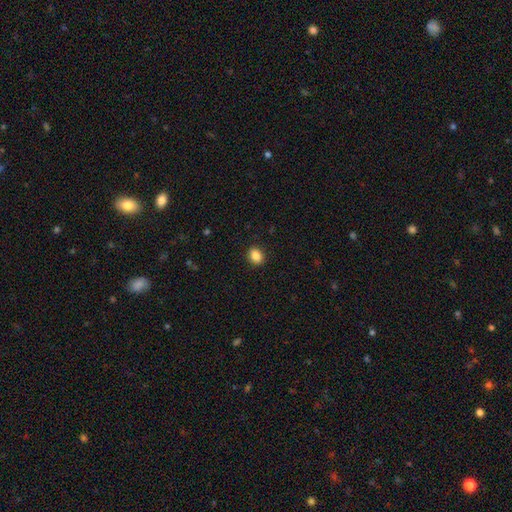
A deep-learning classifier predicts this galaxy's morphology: Smooth or featured? smooth (87%)
How rounded? in between (58%)
Merging? none (90%)